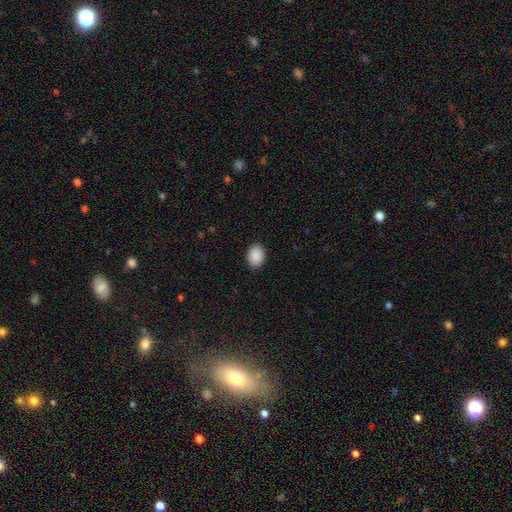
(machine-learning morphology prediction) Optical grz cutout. It shows a smooth galaxy with no disk features (90%) that is in between round and cigar-shaped (66%). Merging: none (90%).